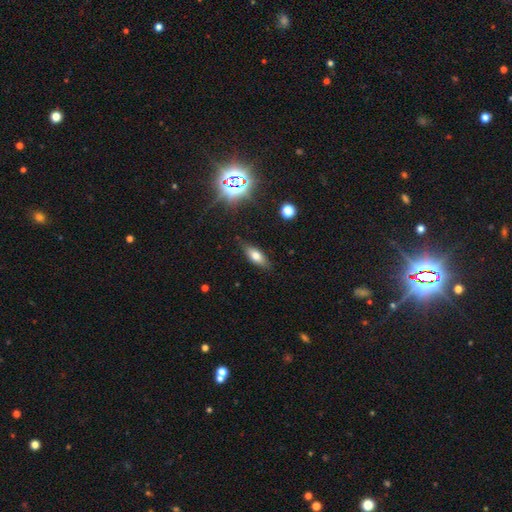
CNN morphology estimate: A smooth galaxy with no disk features (66%) that is in between round and cigar-shaped (73%). Merging: none (81%).